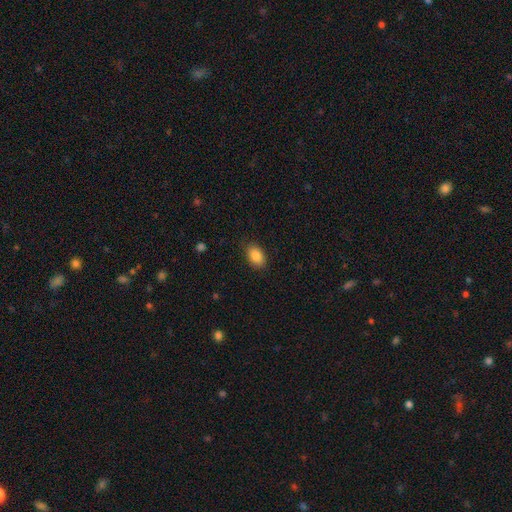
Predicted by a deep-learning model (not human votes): Smooth or featured: smooth — 87% (star or artifact — 8%)
How rounded: in between — 87% (round — 12%)
Merging: none — 85% (minor disturbance — 11%)